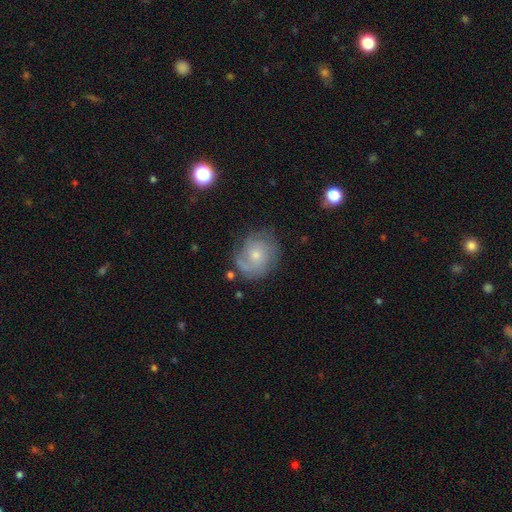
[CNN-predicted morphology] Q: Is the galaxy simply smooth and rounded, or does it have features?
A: featured or disk — 60%.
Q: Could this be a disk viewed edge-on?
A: no — 97%.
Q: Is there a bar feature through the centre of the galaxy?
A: no — 79%.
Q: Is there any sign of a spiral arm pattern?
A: yes — 84%.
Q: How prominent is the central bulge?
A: small — 55%.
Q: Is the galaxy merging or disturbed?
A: none — 65%.